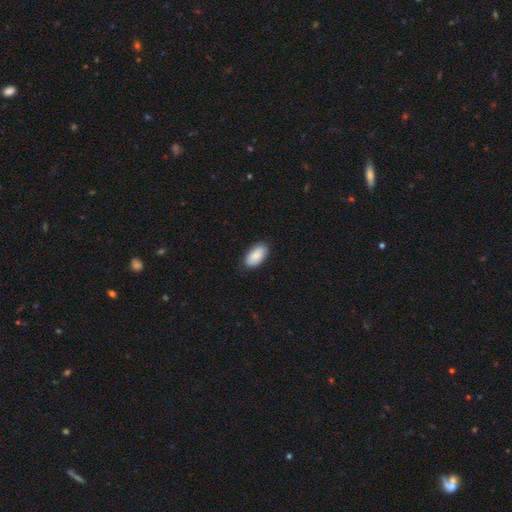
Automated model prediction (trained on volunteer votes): A smooth galaxy with no disk features (89%) that is in between round and cigar-shaped (95%).

Vote fractions:
- Smooth or featured? smooth: 89% / star or artifact: 6% / featured or disk: 5%
- How rounded? in between: 95% / cigar-shaped: 3% / round: 3%
- Merging? none: 86% / minor disturbance: 11% / major disturbance: 2% / merger: 1%